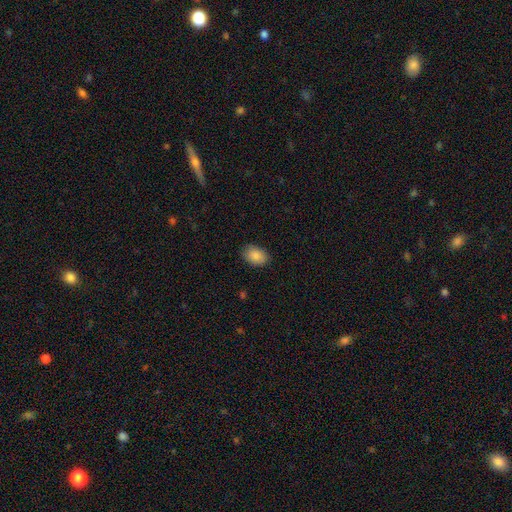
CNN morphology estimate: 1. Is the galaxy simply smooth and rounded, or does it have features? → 88% smooth, 7% star or artifact, 5% featured or disk.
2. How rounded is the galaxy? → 82% in between, 17% round, 1% cigar-shaped.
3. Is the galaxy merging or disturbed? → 86% none, 11% minor disturbance, 2% major disturbance, 1% merger.